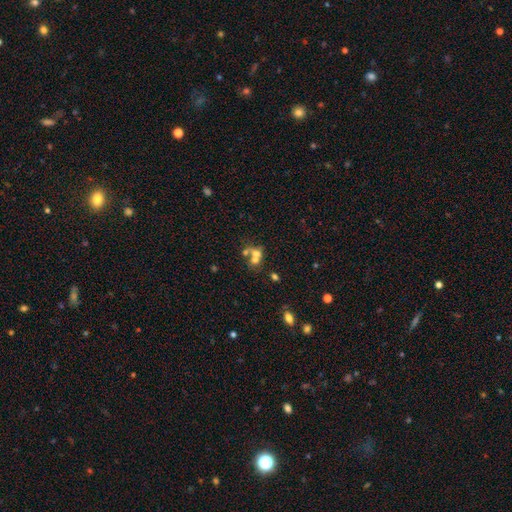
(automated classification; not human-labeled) Overall: smooth (57%; featured or disk 26%). How rounded: round (63%; in between 35%). Merging: merger (59%; none 29%).